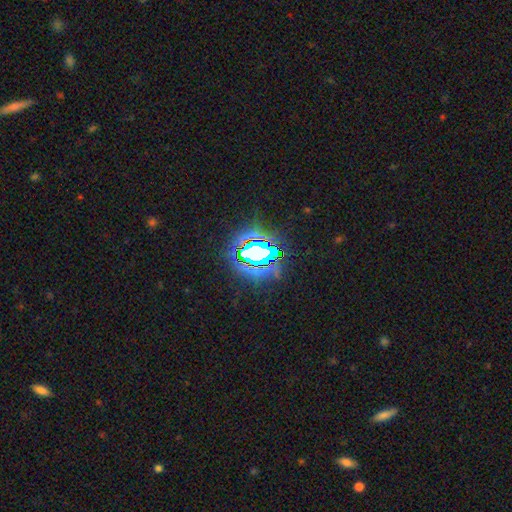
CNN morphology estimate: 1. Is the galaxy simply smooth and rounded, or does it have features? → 72% star or artifact, 16% smooth, 13% featured or disk.